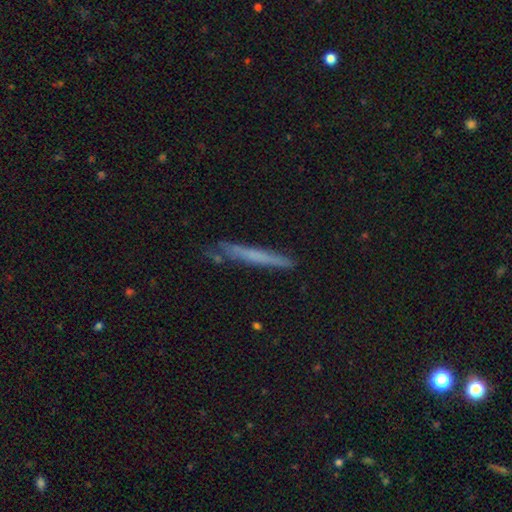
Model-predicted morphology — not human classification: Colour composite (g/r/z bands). It shows a smooth galaxy with no disk features (53%) that is cigar-shaped (96%). Merging: none (78%).